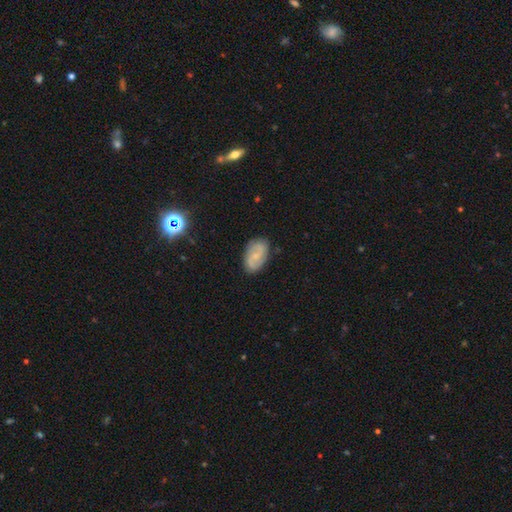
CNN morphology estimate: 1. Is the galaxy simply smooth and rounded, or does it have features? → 60% featured or disk, 33% smooth, 8% star or artifact.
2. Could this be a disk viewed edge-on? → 96% no, 4% yes.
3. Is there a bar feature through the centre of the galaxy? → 46% no, 45% weak, 9% strong.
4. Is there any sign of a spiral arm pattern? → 89% yes, 11% no.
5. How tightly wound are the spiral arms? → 46% medium, 27% loose, 27% tight.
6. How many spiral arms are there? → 82% 2, 11% can't tell, 3% 3, 2% 1, 1% 4, 1% more than 4.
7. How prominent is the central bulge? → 57% small, 22% moderate, 18% none, 1% large, 1% dominant.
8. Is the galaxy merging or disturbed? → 80% none, 15% minor disturbance, 3% major disturbance, 1% merger.